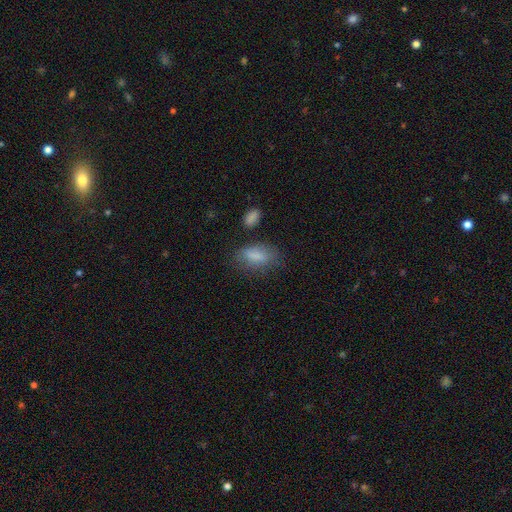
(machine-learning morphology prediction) smooth-or-featured: smooth: 79% | featured or disk: 12% | star or artifact: 9%
  how-rounded: in between: 81% | cigar-shaped: 14% | round: 5%
  merging: none: 63% | minor disturbance: 22% | major disturbance: 9% | merger: 5%